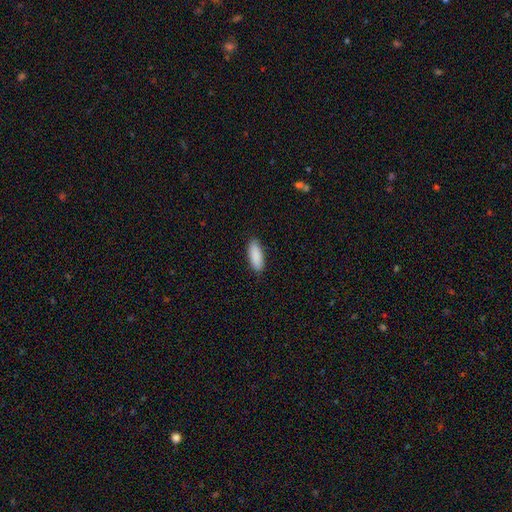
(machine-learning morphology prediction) smooth_or_featured: smooth (p=0.90) [alt: star or artifact p=0.06]
how_rounded: in between (p=0.71) [alt: cigar-shaped p=0.27]
merging: none (p=0.89) [alt: minor disturbance p=0.08]